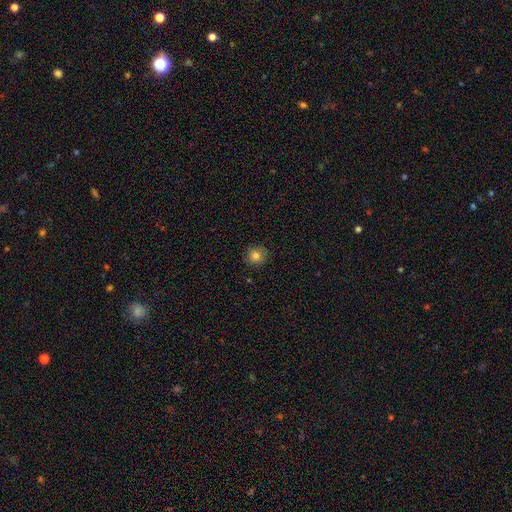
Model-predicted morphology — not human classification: A smooth galaxy with no disk features (82%) that is round (92%). Merging: none (88%).